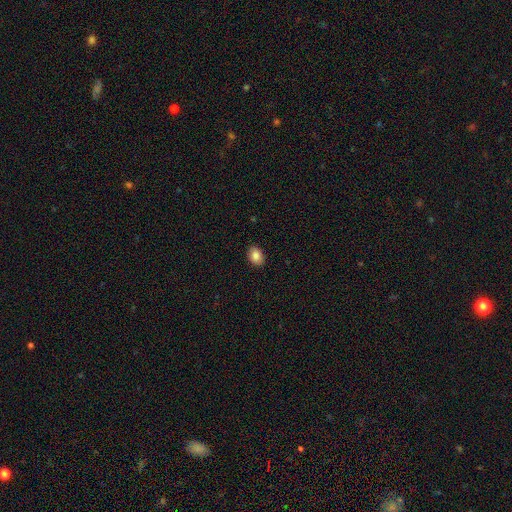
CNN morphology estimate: Smooth or featured? Predicted: smooth (p=0.86). How rounded? Predicted: in between (p=0.74). Merging? Predicted: none (p=0.89).